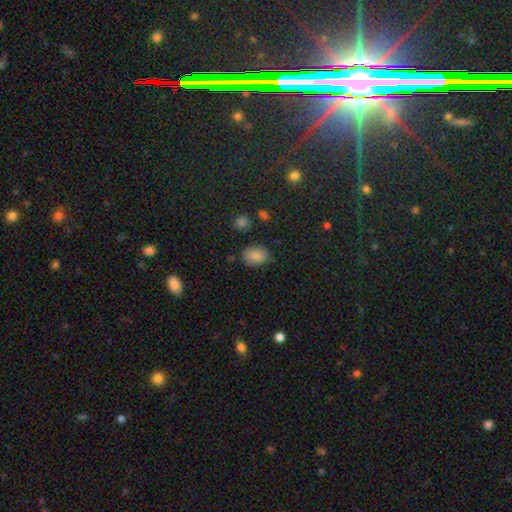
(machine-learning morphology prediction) A smooth galaxy with no disk features (82%) that is in between round and cigar-shaped (60%).

Vote fractions:
- Smooth or featured? smooth: 82% / star or artifact: 12% / featured or disk: 7%
- How rounded? in between: 60% / round: 39% / cigar-shaped: 1%
- Merging? none: 64% / minor disturbance: 28% / major disturbance: 6% / merger: 3%